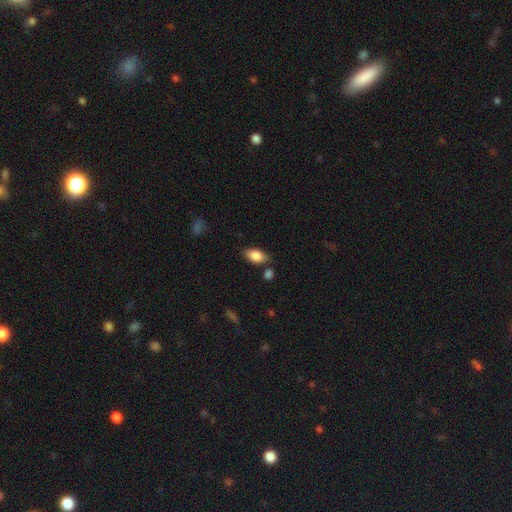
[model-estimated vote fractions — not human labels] smooth 85%, featured or disk 9%, star or artifact 7%. Down the decision tree: how rounded — in between (91%); merging — none (77%).